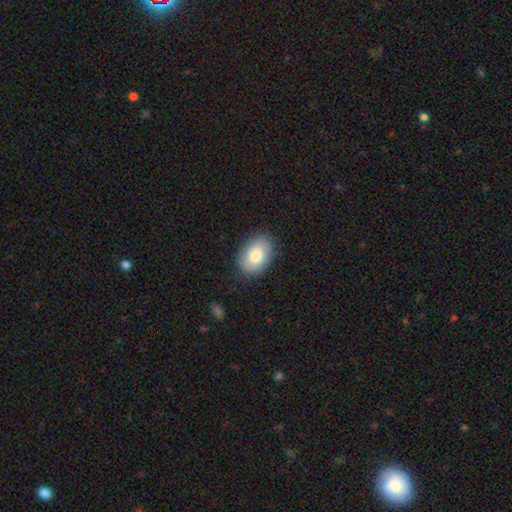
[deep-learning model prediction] The model was most divided on "how rounded": in between: 83%, round: 16%, cigar-shaped: 1%. More confident: merging — none (85%); smooth or featured — smooth (82%).